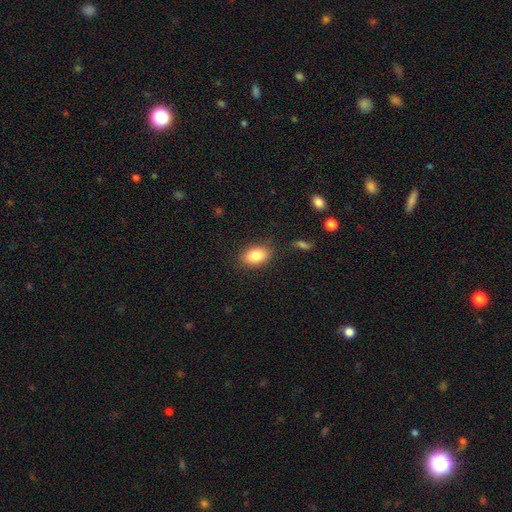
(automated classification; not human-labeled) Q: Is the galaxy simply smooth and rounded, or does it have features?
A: smooth — 84%.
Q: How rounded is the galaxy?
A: in between — 82%.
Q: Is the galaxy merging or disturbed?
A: none — 84%.